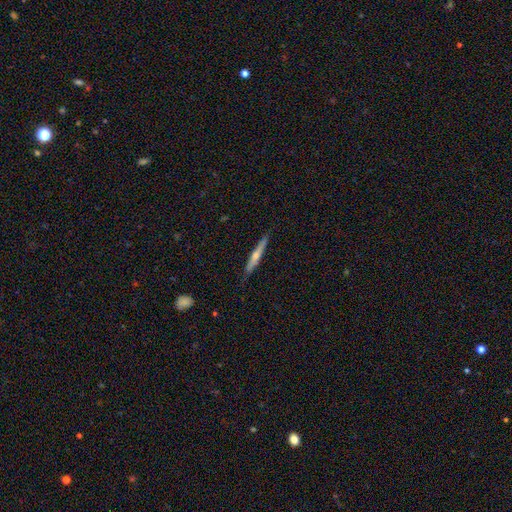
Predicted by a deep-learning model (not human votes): Smooth or featured? Predicted: featured or disk (p=0.58). Edge-on disk? Predicted: yes (p=0.96). Edge-on bulge? Predicted: rounded (p=0.75). Merging? Predicted: none (p=0.87).